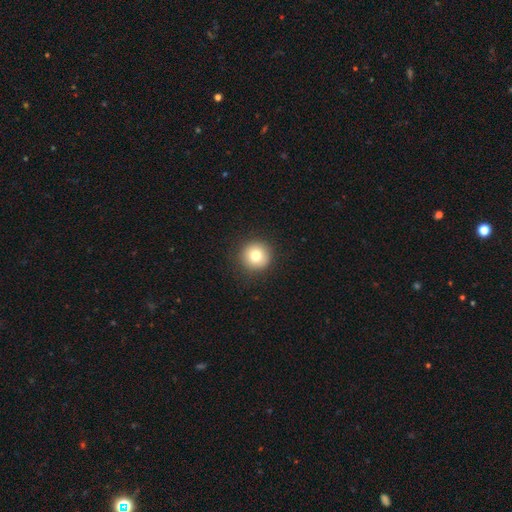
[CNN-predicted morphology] smooth 79%, star or artifact 10%, featured or disk 10%. Down the decision tree: how rounded — round (96%); merging — none (91%).